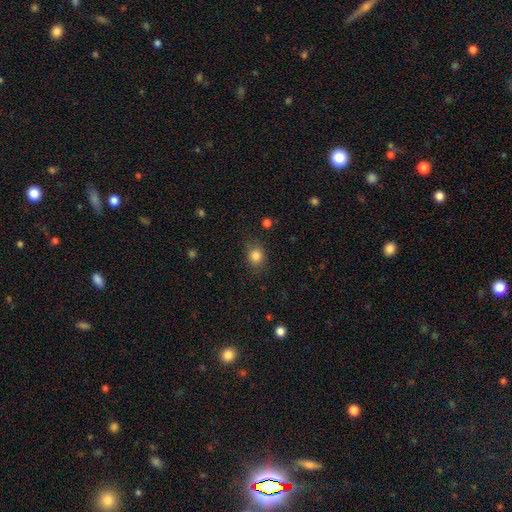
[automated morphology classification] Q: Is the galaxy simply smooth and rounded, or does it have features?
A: smooth — 83%.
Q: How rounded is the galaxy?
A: round — 59%.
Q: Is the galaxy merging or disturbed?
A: none — 77%.